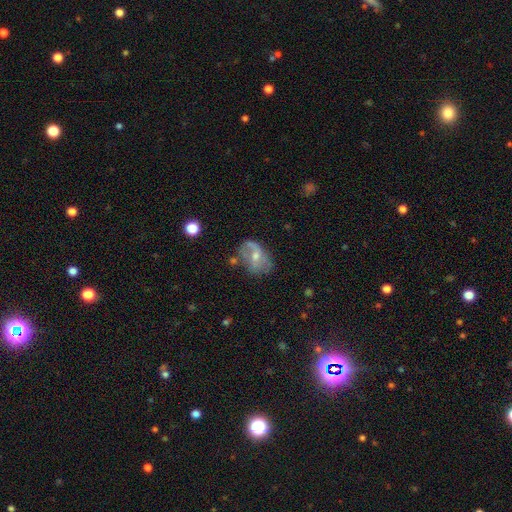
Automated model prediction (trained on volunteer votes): featured or disk 58%, smooth 31%, star or artifact 11%. Down the decision tree: edge-on disk — no (95%); bar — no (47%); spiral arms — yes (60%); bulge size — moderate (50%); merging — none (48%).